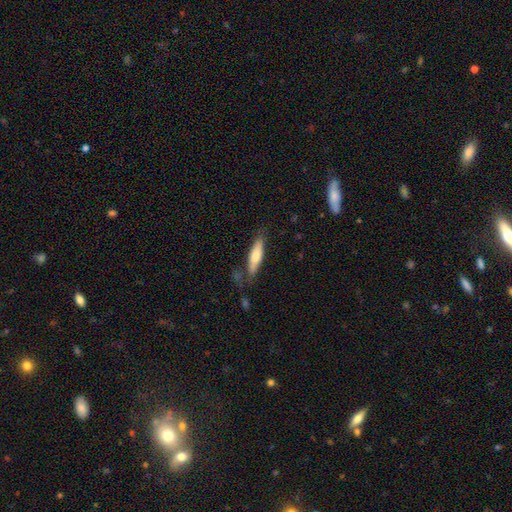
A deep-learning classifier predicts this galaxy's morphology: Smooth or featured?
  - smooth: 69% *
  - featured or disk: 25%
  - star or artifact: 6%
How rounded?
  - cigar-shaped: 70% *
  - in between: 28%
  - round: 2%
Merging?
  - none: 71% *
  - minor disturbance: 19%
  - major disturbance: 6%
  - merger: 4%